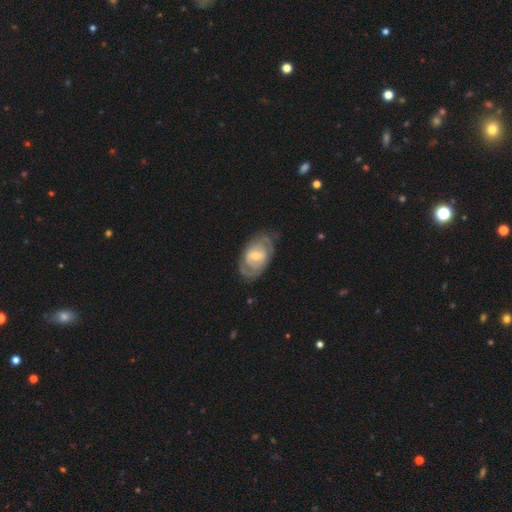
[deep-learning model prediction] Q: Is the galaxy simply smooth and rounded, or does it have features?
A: featured or disk — 74%.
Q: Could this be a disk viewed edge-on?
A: no — 95%.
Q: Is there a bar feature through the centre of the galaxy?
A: weak — 51%.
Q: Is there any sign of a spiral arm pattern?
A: yes — 83%.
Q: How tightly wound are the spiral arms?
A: tight — 52%.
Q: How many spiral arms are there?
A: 2 — 55%.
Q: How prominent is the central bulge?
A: moderate — 51%.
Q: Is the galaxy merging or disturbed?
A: none — 68%.